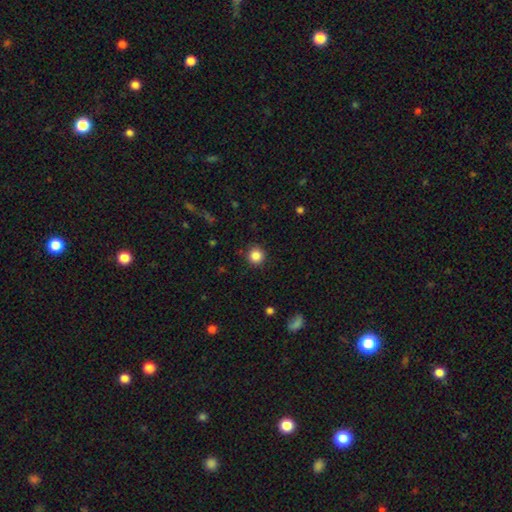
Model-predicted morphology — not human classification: A smooth galaxy with no disk features (86%) that is round (95%).

Vote fractions:
- Smooth or featured? smooth: 86% / star or artifact: 11% / featured or disk: 4%
- How rounded? round: 95% / in between: 4% / cigar-shaped: 1%
- Merging? none: 90% / minor disturbance: 6% / major disturbance: 2% / merger: 1%